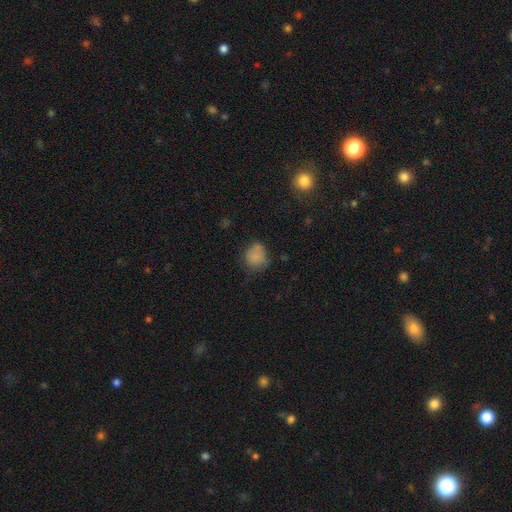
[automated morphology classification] Smooth or featured? Predicted: smooth (p=0.77). How rounded? Predicted: round (p=0.74). Merging? Predicted: none (p=0.54).